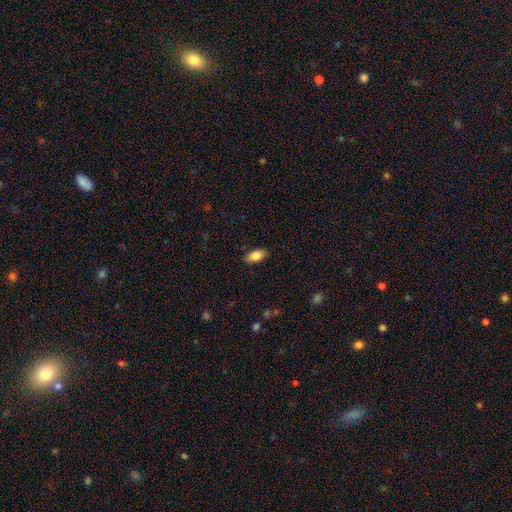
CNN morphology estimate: Overall: smooth (85%). How rounded: in between (91%). Merging: none (88%).